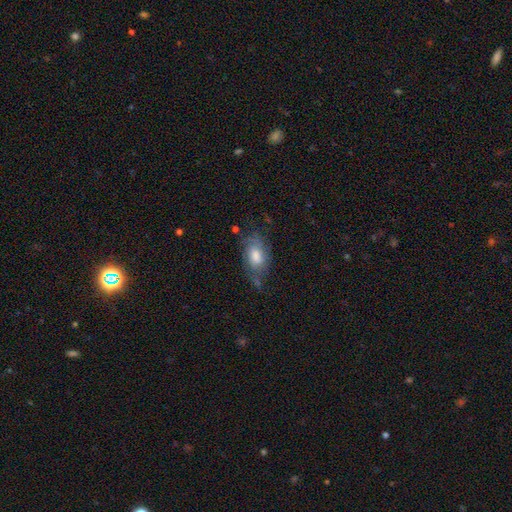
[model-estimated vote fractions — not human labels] A featured or disk galaxy (51%).

Vote fractions:
- Smooth or featured? featured or disk: 51% / smooth: 39% / star or artifact: 10%
- Edge-on disk? no: 91% / yes: 9%
- Merging? none: 54% / minor disturbance: 28% / major disturbance: 14% / merger: 3%